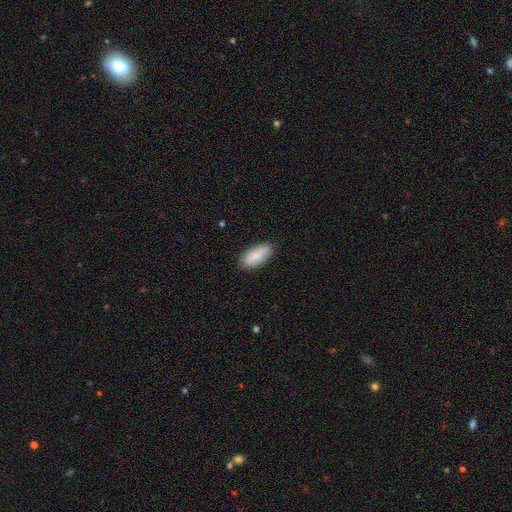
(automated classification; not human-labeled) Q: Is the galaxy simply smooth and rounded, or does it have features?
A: smooth — 81%.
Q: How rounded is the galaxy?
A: in between — 89%.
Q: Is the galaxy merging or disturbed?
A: none — 84%.